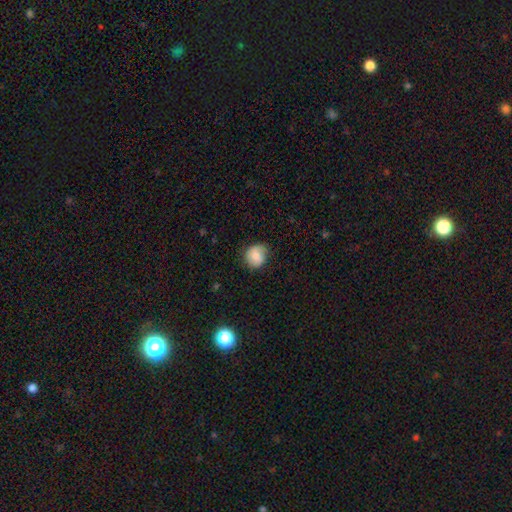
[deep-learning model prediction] smooth-or-featured: smooth: 74% | featured or disk: 17% | star or artifact: 8%
  how-rounded: round: 77% | in between: 22% | cigar-shaped: 1%
  merging: none: 70% | minor disturbance: 23% | major disturbance: 5% | merger: 1%